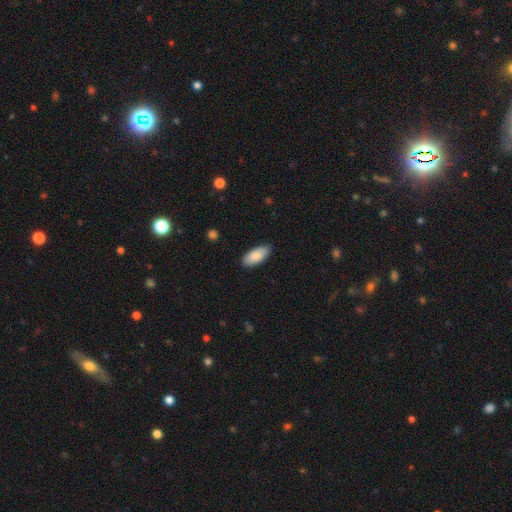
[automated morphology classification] Q: Smooth or featured?
A: smooth (85%); runner-up: featured or disk (9%)
Q: How rounded?
A: in between (87%); runner-up: cigar-shaped (12%)
Q: Merging?
A: none (85%); runner-up: minor disturbance (12%)